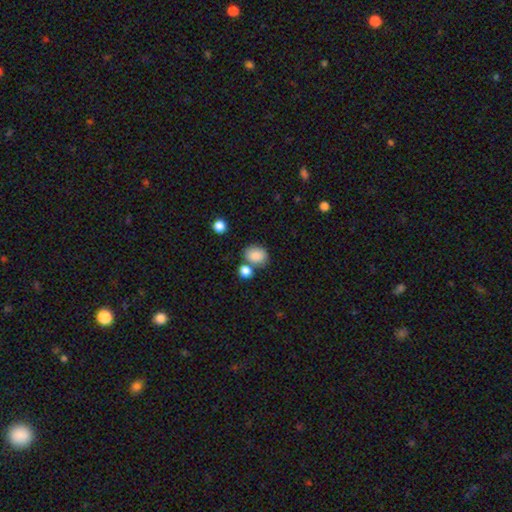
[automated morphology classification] A smooth galaxy with no disk features (85%) that is in between round and cigar-shaped (55%).

Vote fractions:
- Smooth or featured? smooth: 85% / star or artifact: 9% / featured or disk: 6%
- How rounded? in between: 55% / round: 44% / cigar-shaped: 1%
- Merging? none: 62% / merger: 20% / minor disturbance: 14% / major disturbance: 5%